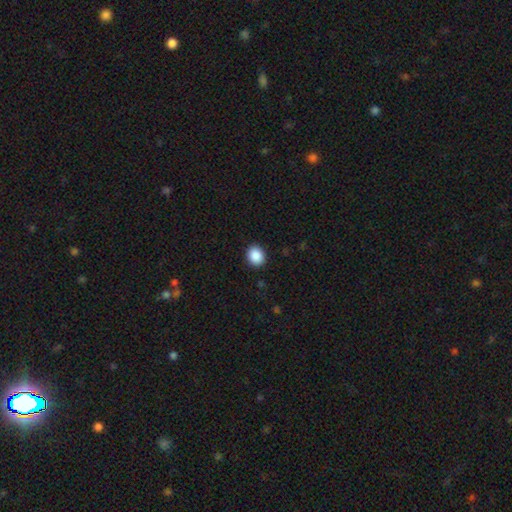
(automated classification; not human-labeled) Morphology: type=smooth (89%); roundness=round (65%); merging=none (91%).